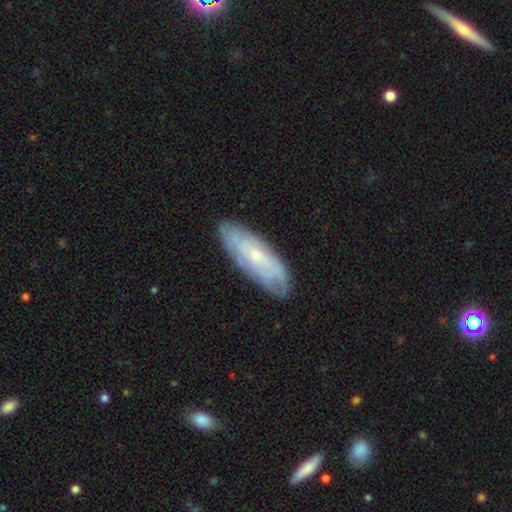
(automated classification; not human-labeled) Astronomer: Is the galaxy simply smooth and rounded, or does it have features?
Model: featured or disk — 58% (runner-up: smooth, 36%).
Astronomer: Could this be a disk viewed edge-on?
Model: no — 79%.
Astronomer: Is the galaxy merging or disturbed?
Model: none — 79%.